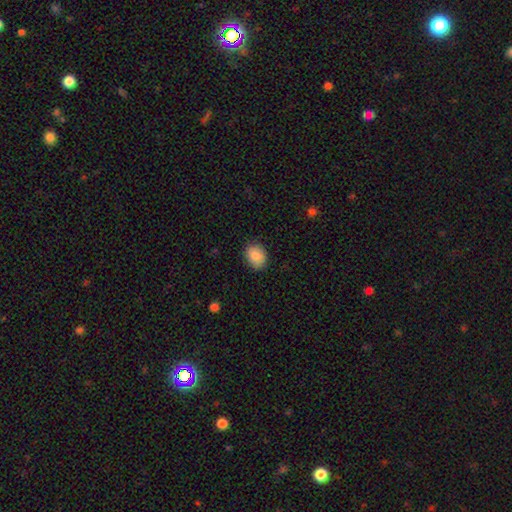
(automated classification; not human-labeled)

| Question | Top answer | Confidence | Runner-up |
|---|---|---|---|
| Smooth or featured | smooth | 87% | star or artifact (8%) |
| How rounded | in between | 52% | round (47%) |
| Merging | none | 83% | minor disturbance (13%) |